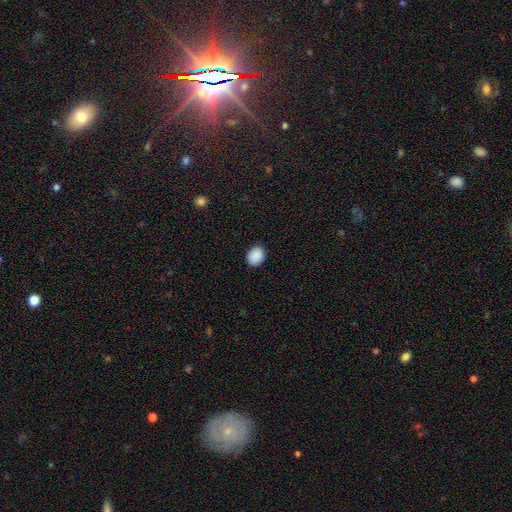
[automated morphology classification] type=smooth (90%); roundness=round (52%); merging=none (90%).